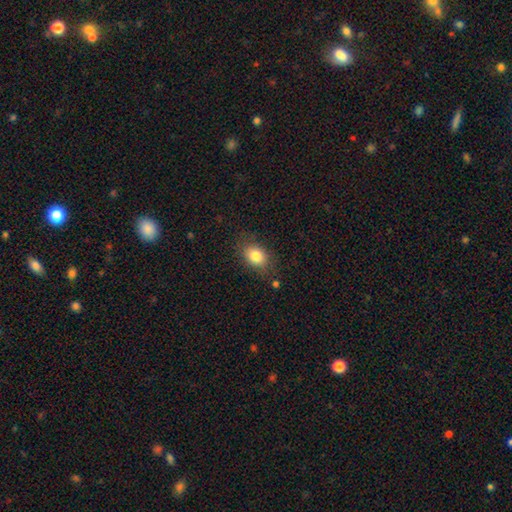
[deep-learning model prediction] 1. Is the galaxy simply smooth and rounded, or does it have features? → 83% smooth, 9% star or artifact, 8% featured or disk.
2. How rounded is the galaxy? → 72% in between, 26% round, 1% cigar-shaped.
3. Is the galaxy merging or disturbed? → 80% none, 14% minor disturbance, 4% major disturbance, 2% merger.